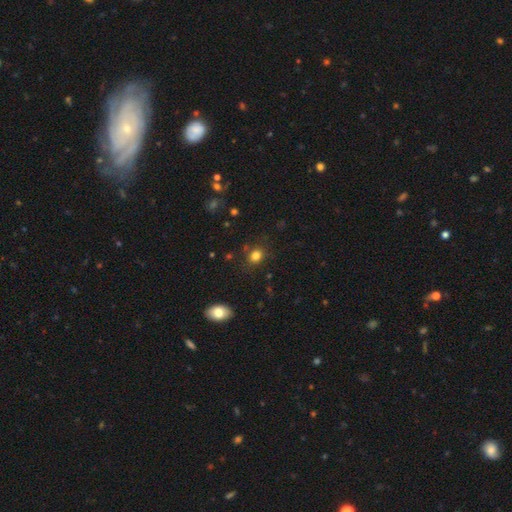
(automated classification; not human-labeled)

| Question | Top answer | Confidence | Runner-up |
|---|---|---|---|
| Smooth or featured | smooth | 82% | star or artifact (13%) |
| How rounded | round | 64% | in between (35%) |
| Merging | none | 82% | minor disturbance (12%) |